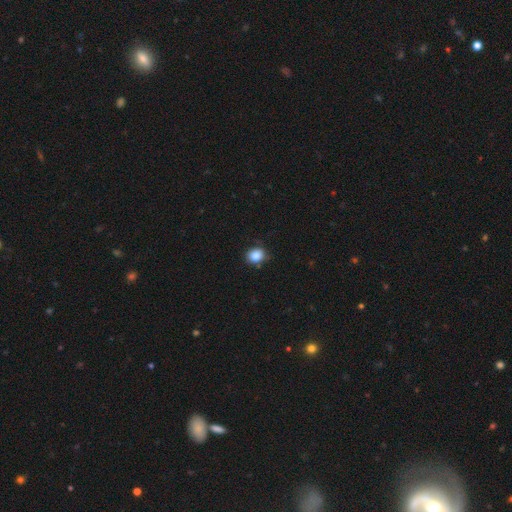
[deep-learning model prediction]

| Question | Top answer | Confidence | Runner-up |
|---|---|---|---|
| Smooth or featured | smooth | 85% | star or artifact (10%) |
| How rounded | round | 64% | in between (35%) |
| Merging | none | 81% | minor disturbance (15%) |